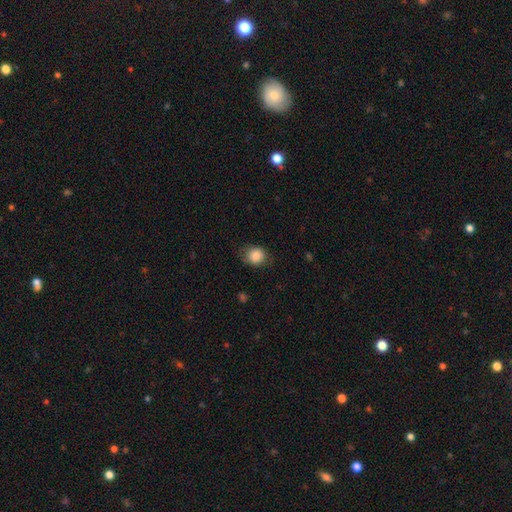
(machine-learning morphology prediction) Smooth or featured? smooth (85%)
How rounded? round (71%)
Merging? none (76%)